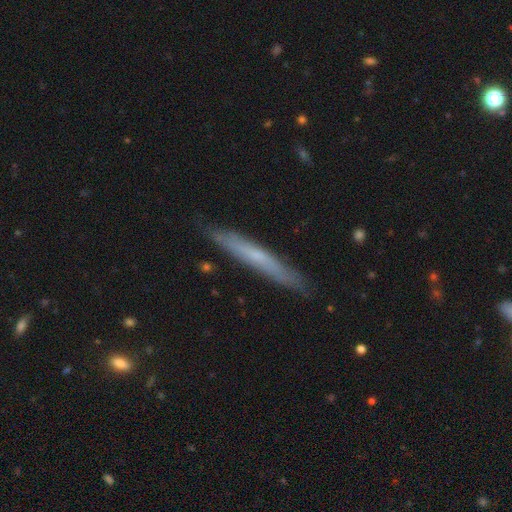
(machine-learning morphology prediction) smooth-or-featured: featured or disk: 49% | smooth: 44% | star or artifact: 6%
  merging: none: 86% | minor disturbance: 11% | major disturbance: 2% | merger: 1%